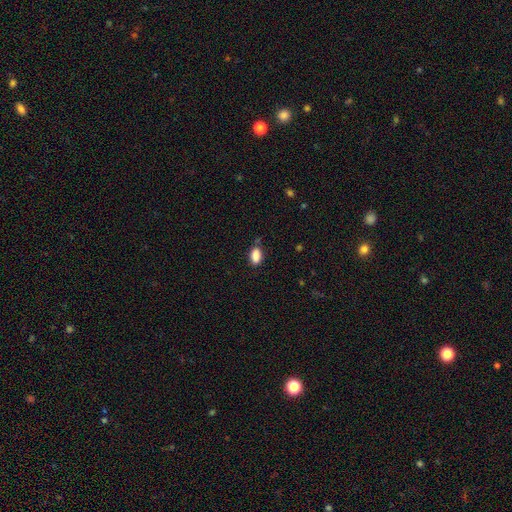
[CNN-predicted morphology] Smooth or featured?
  - smooth: 88% *
  - star or artifact: 8%
  - featured or disk: 4%
How rounded?
  - in between: 91% *
  - round: 6%
  - cigar-shaped: 3%
Merging?
  - none: 76% *
  - minor disturbance: 17%
  - major disturbance: 3%
  - merger: 3%